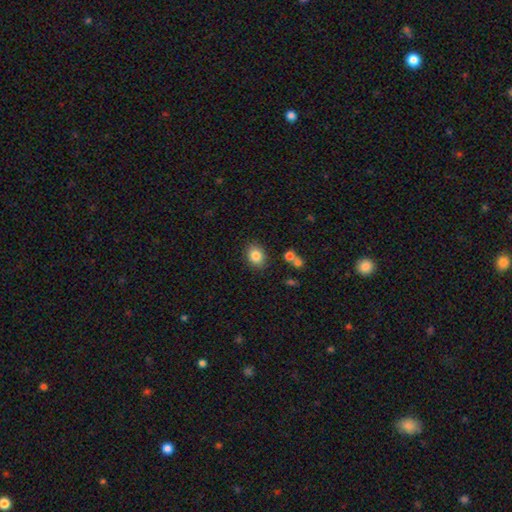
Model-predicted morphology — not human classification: This is clearly a smooth galaxy (84%). How rounded: likely in between (62%). Merging: clearly none (84%).